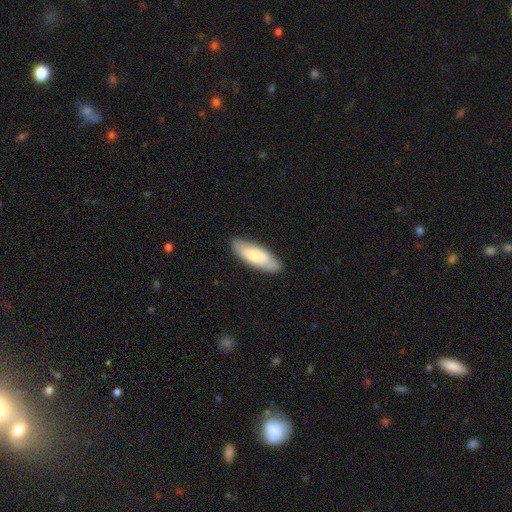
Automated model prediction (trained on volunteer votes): smooth_or_featured: smooth (p=0.70) [alt: featured or disk p=0.25]
how_rounded: in between (p=0.64) [alt: cigar-shaped p=0.35]
merging: none (p=0.85) [alt: minor disturbance p=0.12]